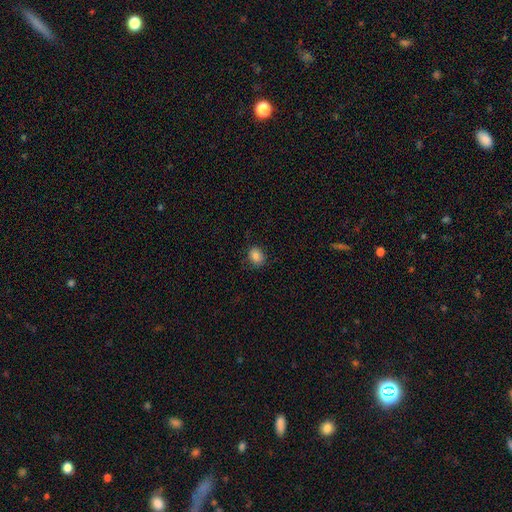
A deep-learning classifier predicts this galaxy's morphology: smooth-or-featured: smooth: 84% | star or artifact: 10% | featured or disk: 5%
  how-rounded: round: 58% | in between: 41% | cigar-shaped: 1%
  merging: none: 83% | minor disturbance: 13% | major disturbance: 3% | merger: 1%